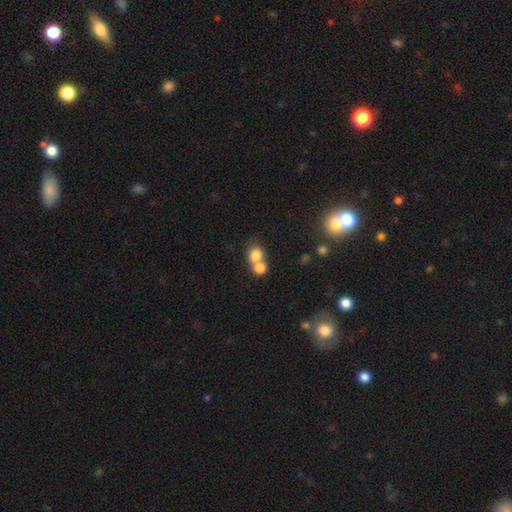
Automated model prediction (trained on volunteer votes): Smooth or featured?
  - smooth: 78% *
  - star or artifact: 12%
  - featured or disk: 10%
How rounded?
  - round: 76% *
  - in between: 23%
  - cigar-shaped: 1%
Merging?
  - merger: 54% *
  - none: 37%
  - minor disturbance: 6%
  - major disturbance: 3%